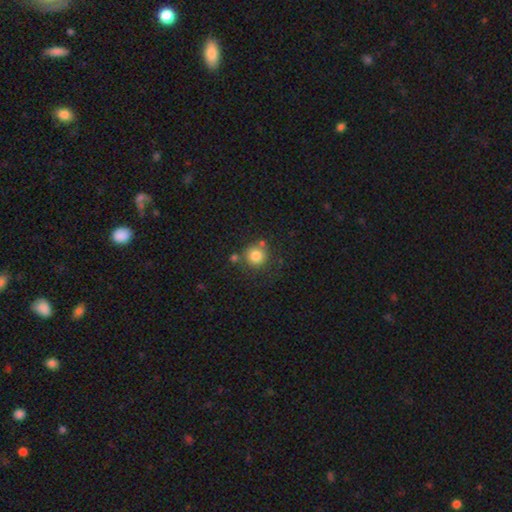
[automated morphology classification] smooth 81%, star or artifact 11%, featured or disk 7%. Down the decision tree: how rounded — round (93%); merging — none (71%).